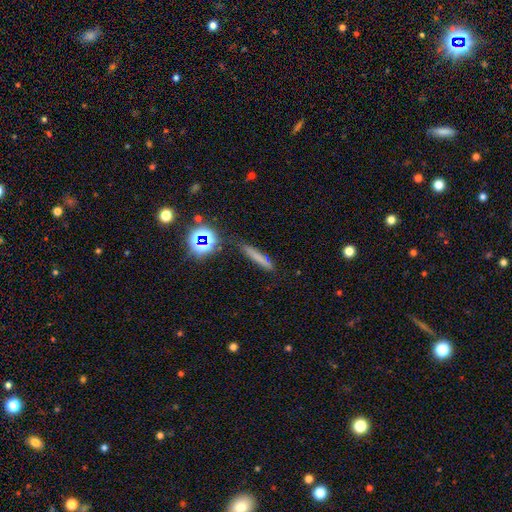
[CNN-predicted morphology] smooth 63%, star or artifact 19%, featured or disk 18%. Down the decision tree: how rounded — cigar-shaped (89%); merging — none (76%).